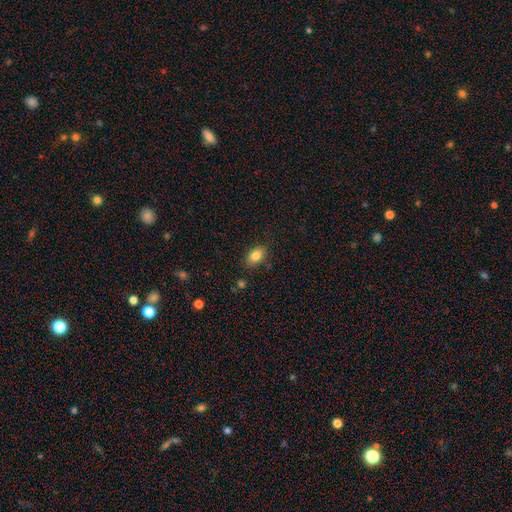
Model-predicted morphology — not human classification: A smooth galaxy with no disk features (83%) that is in between round and cigar-shaped (81%). Merging: none (83%).